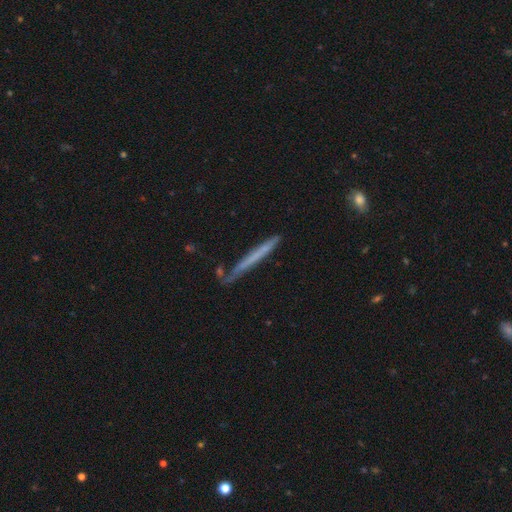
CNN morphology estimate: smooth-or-featured: smooth: 51% | featured or disk: 42% | star or artifact: 7%
  how-rounded: cigar-shaped: 97% | in between: 2% | round: 1%
  merging: none: 76% | minor disturbance: 16% | merger: 4% | major disturbance: 4%